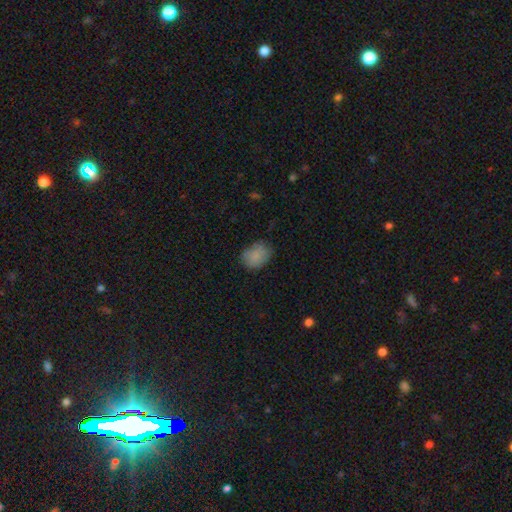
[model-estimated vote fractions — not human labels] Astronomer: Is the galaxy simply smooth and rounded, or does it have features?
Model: smooth — 83%.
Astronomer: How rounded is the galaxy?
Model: in between — 66%.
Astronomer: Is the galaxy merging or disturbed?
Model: none — 71%.